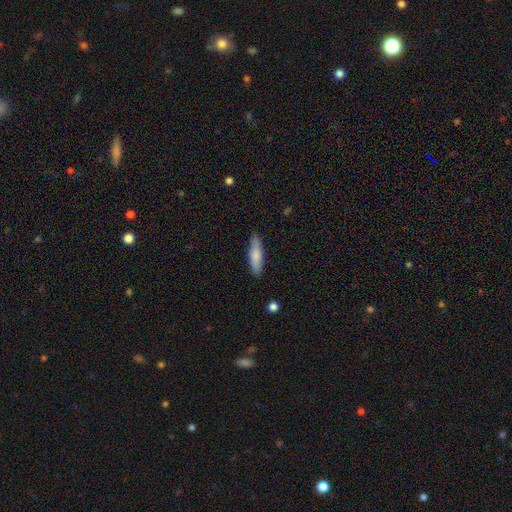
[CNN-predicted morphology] This is likely a smooth galaxy (78%). How rounded: likely cigar-shaped (62%). Merging: clearly none (85%).